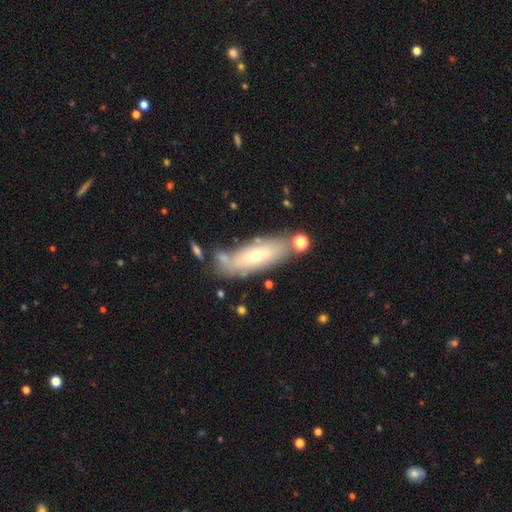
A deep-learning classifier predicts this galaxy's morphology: Q: Smooth or featured?
A: featured or disk (47%); runner-up: smooth (45%)
Q: Merging?
A: none (63%); runner-up: minor disturbance (19%)